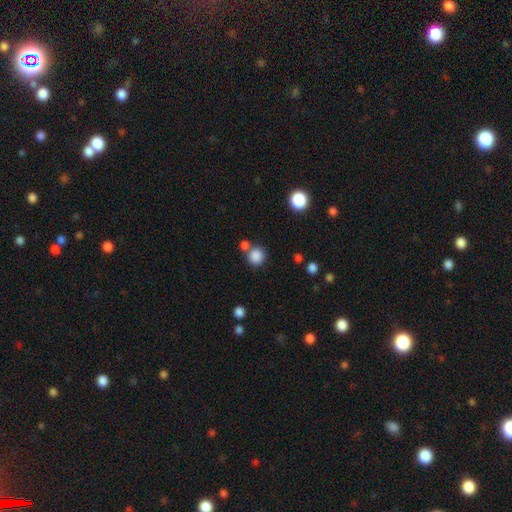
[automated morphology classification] Smooth or featured: smooth — 85% (star or artifact — 10%)
How rounded: round — 91% (in between — 8%)
Merging: none — 66% (merger — 22%)